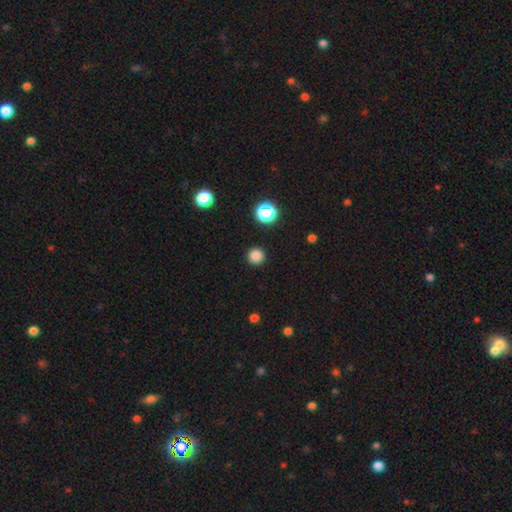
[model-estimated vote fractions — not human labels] Morphology: type=smooth (83%); roundness=round (95%); merging=none (92%).